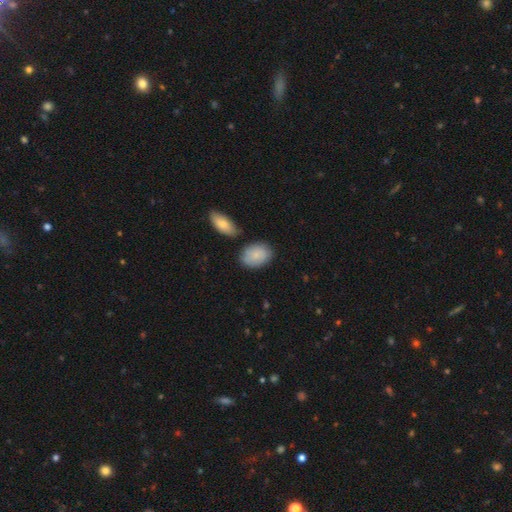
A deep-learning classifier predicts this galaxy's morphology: A smooth galaxy with no disk features (82%) that is in between round and cigar-shaped (86%). Merging: none (73%).